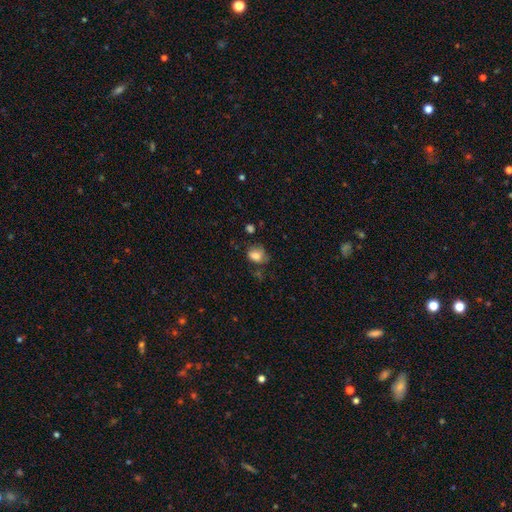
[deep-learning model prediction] Overall: smooth (77%). How rounded: in between (61%; round 38%). Merging: none (45%; minor disturbance 31%).